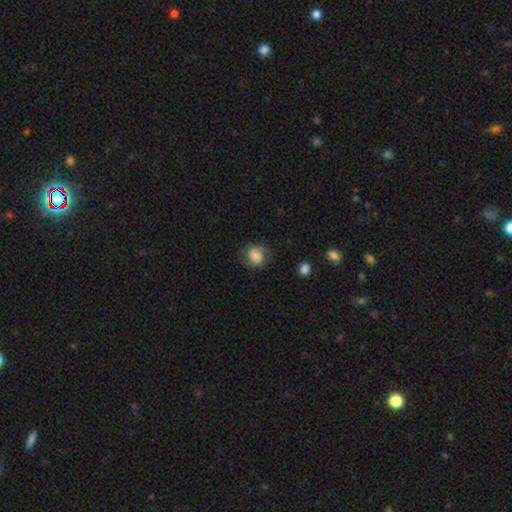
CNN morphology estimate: Smooth or featured? Predicted: smooth (p=0.60). How rounded? Predicted: round (p=0.68). Merging? Predicted: none (p=0.68).